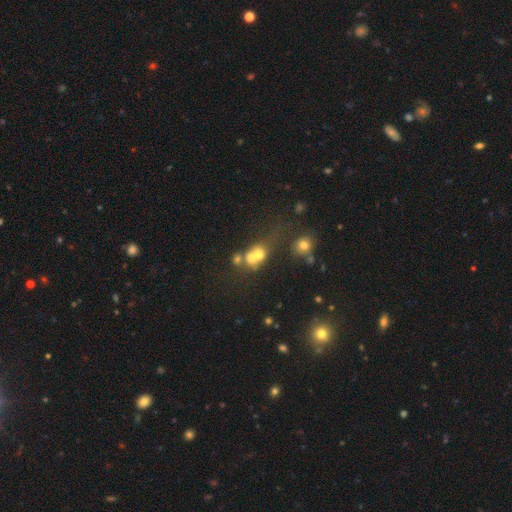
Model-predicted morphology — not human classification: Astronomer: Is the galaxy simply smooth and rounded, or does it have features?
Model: smooth — 62%.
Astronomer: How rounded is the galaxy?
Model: round — 55% (runner-up: in between, 43%).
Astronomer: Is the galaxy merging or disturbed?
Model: merger — 62%.